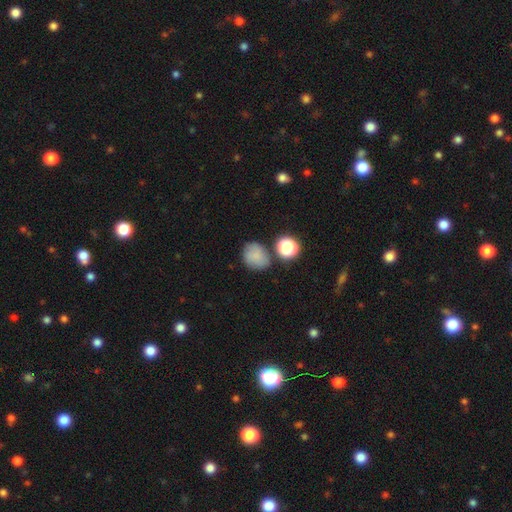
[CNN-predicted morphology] The model was most divided on "how rounded": round: 60%, in between: 39%, cigar-shaped: 1%. More confident: smooth or featured — smooth (76%); merging — none (66%).